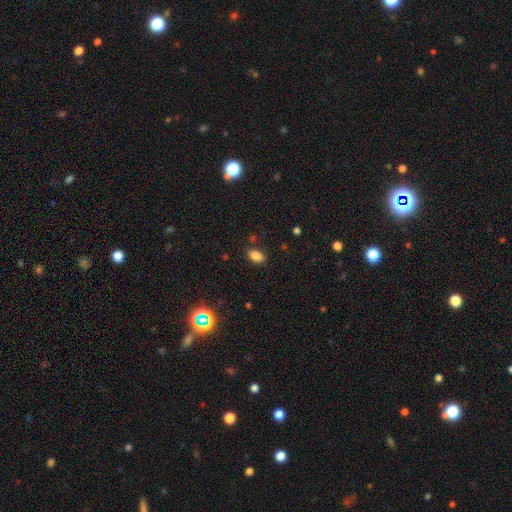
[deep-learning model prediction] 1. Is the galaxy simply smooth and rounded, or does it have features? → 84% smooth, 12% star or artifact, 5% featured or disk.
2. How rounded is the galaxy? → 89% in between, 9% round, 2% cigar-shaped.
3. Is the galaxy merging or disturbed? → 84% none, 11% minor disturbance, 3% major disturbance, 2% merger.